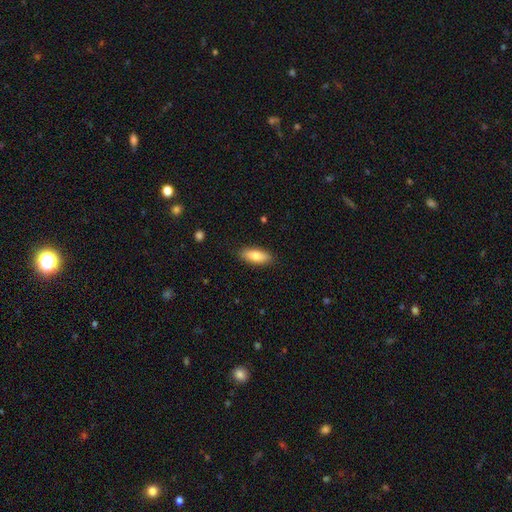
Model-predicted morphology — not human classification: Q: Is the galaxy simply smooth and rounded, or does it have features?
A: smooth — 78%.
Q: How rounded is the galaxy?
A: in between — 79%.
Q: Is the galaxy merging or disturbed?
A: none — 87%.